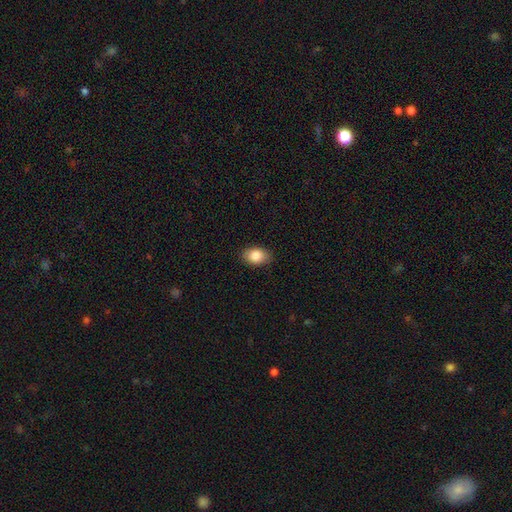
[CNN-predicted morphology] A smooth galaxy with no disk features (85%) that is in between round and cigar-shaped (84%).

Vote fractions:
- Smooth or featured? smooth: 85% / star or artifact: 8% / featured or disk: 7%
- How rounded? in between: 84% / round: 15% / cigar-shaped: 1%
- Merging? none: 87% / minor disturbance: 9% / major disturbance: 2% / merger: 1%